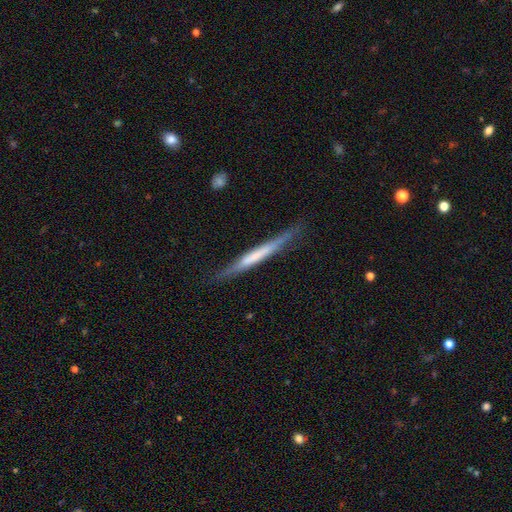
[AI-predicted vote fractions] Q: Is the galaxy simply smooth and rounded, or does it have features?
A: featured or disk — 51%.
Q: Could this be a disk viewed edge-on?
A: yes — 95%.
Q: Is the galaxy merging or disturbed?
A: none — 82%.